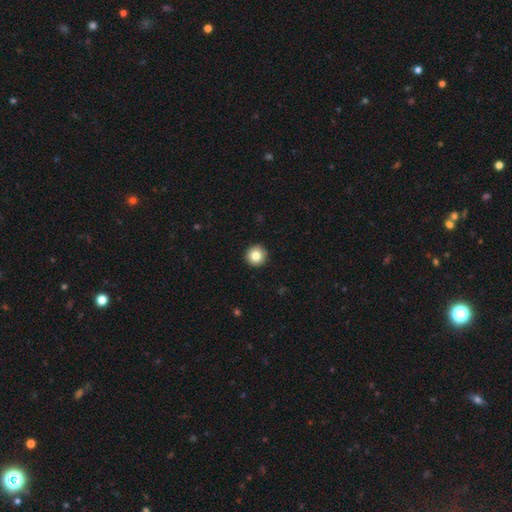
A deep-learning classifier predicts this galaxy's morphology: Smooth or featured? Predicted: smooth (p=0.82). How rounded? Predicted: round (p=0.96). Merging? Predicted: none (p=0.93).